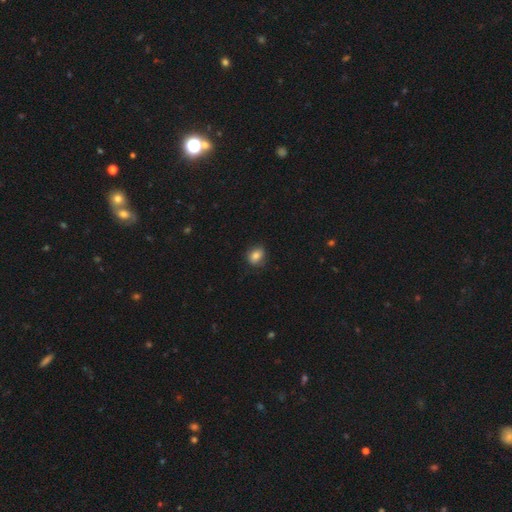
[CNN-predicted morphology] A smooth galaxy with no disk features (80%) that is round (50%).

Vote fractions:
- Smooth or featured? smooth: 80% / featured or disk: 10% / star or artifact: 10%
- How rounded? round: 50% / in between: 49% / cigar-shaped: 1%
- Merging? none: 77% / minor disturbance: 18% / major disturbance: 4% / merger: 1%